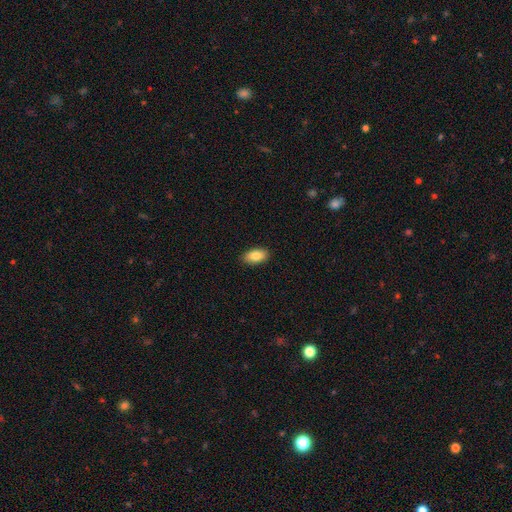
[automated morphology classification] Smooth or featured? smooth (85%)
How rounded? in between (93%)
Merging? none (89%)